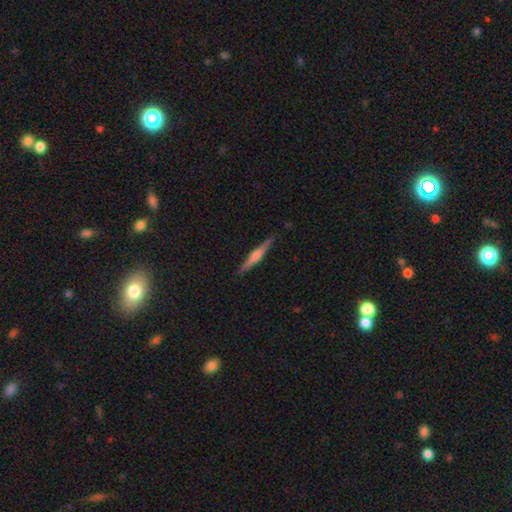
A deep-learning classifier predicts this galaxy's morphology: type=featured or disk (63%); edge-on=yes (98%); edge-on bulge=rounded (76%); merging=none (91%).